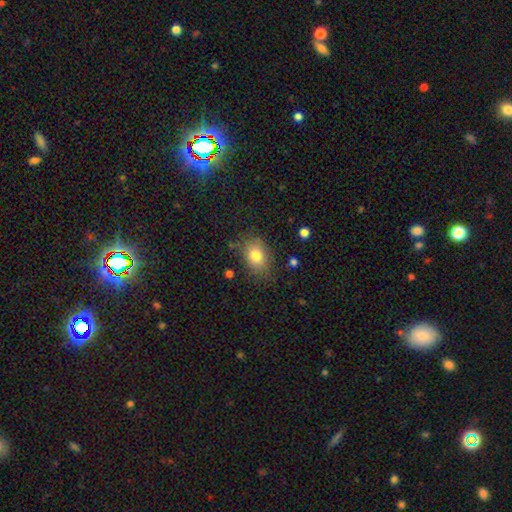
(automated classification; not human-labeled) smooth-or-featured: smooth: 80% | featured or disk: 10% | star or artifact: 10%
  how-rounded: in between: 69% | round: 30% | cigar-shaped: 1%
  merging: none: 76% | minor disturbance: 17% | major disturbance: 5% | merger: 2%